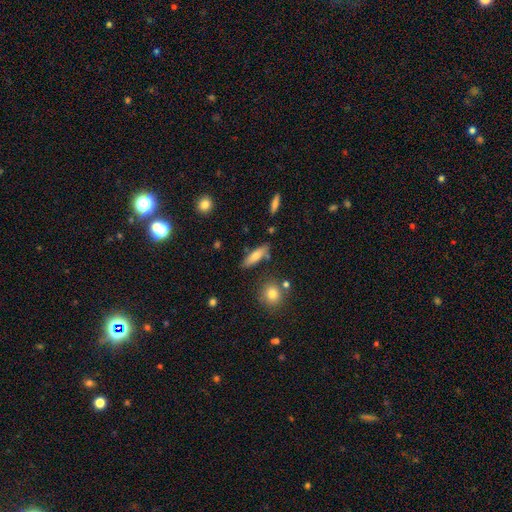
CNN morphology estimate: The model was most divided on "how rounded": cigar-shaped: 55%, in between: 42%, round: 3%. More confident: merging — none (77%); smooth or featured — smooth (69%).